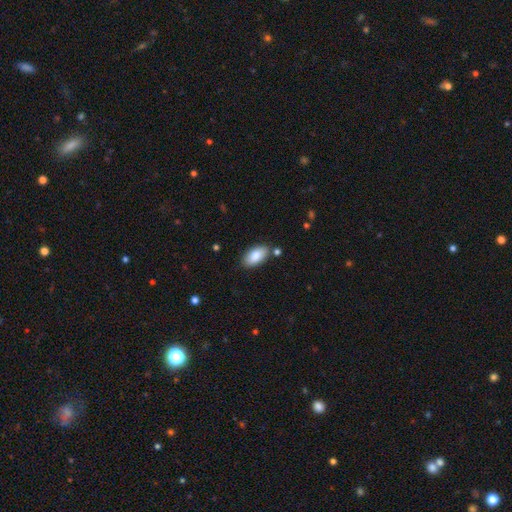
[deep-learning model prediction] Morphology: type=smooth (87%); roundness=in between (94%); merging=none (81%).